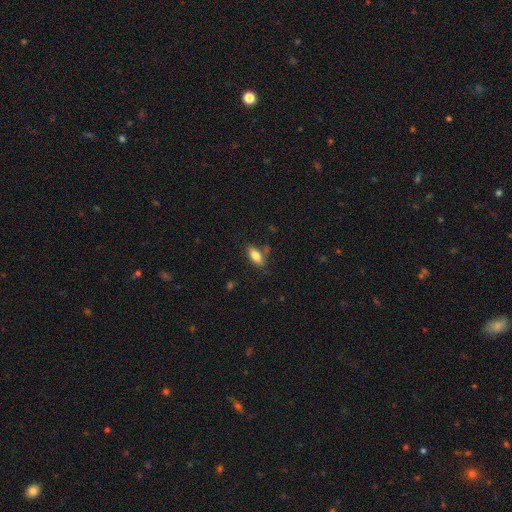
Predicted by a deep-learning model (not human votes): smooth_or_featured: smooth (p=0.79) [alt: featured or disk p=0.13]
how_rounded: in between (p=0.85) [alt: cigar-shaped p=0.12]
merging: none (p=0.75) [alt: minor disturbance p=0.16]